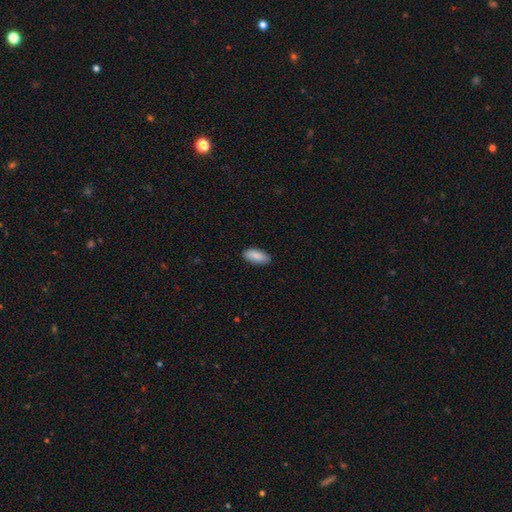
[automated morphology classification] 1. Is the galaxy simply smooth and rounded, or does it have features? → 88% smooth, 6% star or artifact, 6% featured or disk.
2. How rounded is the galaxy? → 88% in between, 10% cigar-shaped, 2% round.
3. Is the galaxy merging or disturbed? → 87% none, 10% minor disturbance, 2% major disturbance, 1% merger.